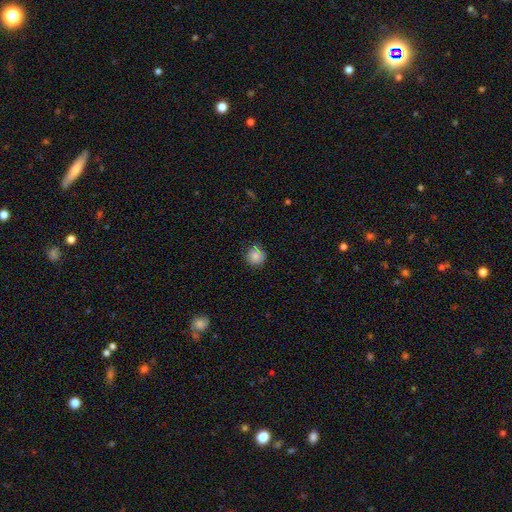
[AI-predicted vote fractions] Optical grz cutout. It shows a smooth galaxy with no disk features (85%) that is round (91%). Merging: none (78%).